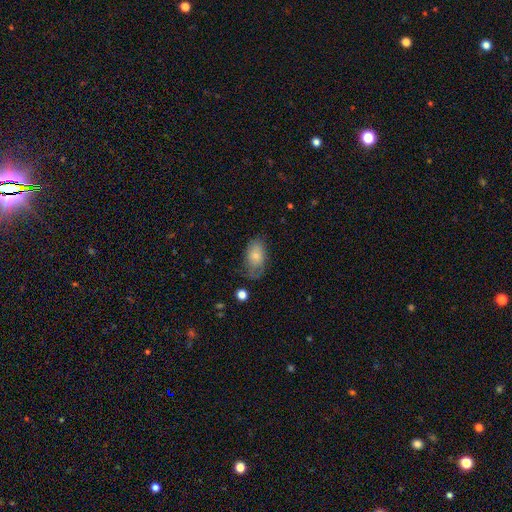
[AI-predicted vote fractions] A smooth galaxy with no disk features (75%) that is in between round and cigar-shaped (90%).

Vote fractions:
- Smooth or featured? smooth: 75% / featured or disk: 18% / star or artifact: 7%
- How rounded? in between: 90% / round: 8% / cigar-shaped: 2%
- Merging? none: 53% / minor disturbance: 31% / major disturbance: 14% / merger: 2%